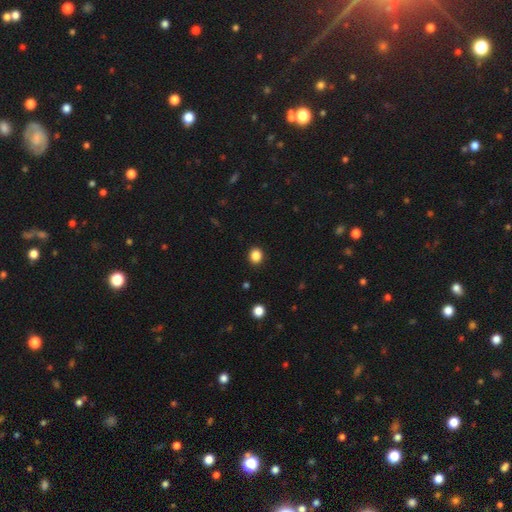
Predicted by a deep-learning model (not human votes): This is clearly a smooth galaxy (86%). How rounded: likely round (74%). Merging: clearly none (91%).